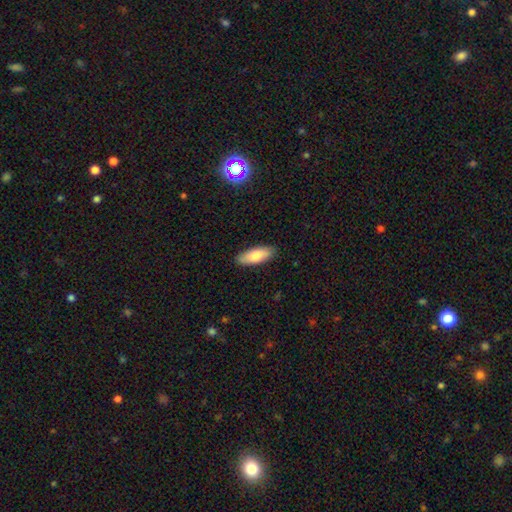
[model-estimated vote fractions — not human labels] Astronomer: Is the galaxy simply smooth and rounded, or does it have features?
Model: smooth — 79%.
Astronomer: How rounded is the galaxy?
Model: in between — 74%.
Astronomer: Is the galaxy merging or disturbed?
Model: none — 89%.